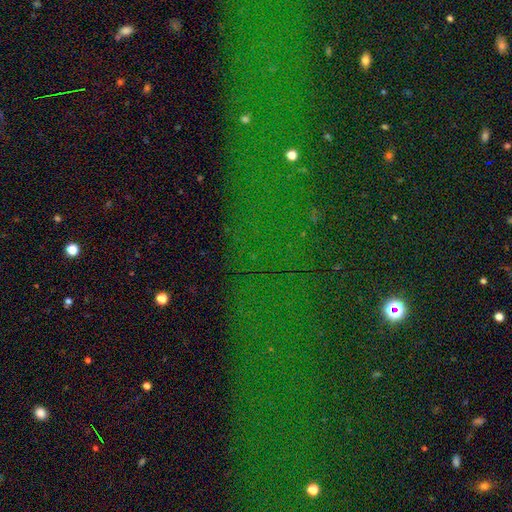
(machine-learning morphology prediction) star or artifact 78%, smooth 12%, featured or disk 10%.